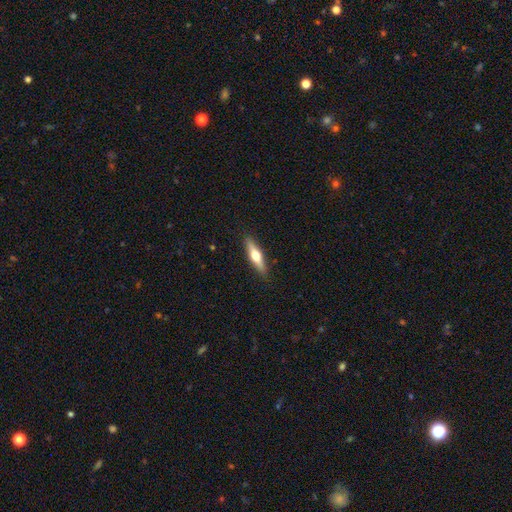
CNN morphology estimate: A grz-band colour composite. It shows a featured or disk galaxy (50%) viewed edge-on (93%). Merging: none (89%).